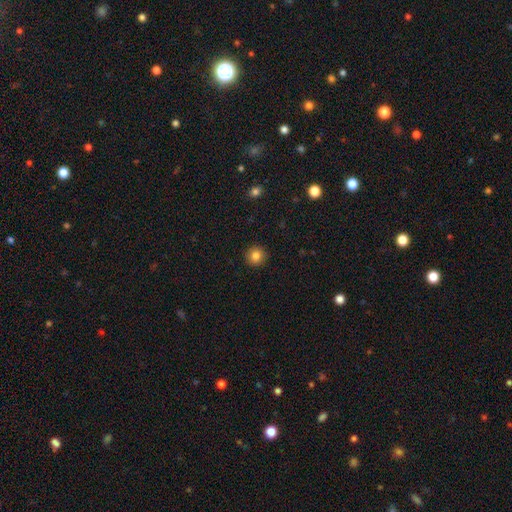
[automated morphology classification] A smooth galaxy with no disk features (83%) that is round (94%).

Vote fractions:
- Smooth or featured? smooth: 83% / star or artifact: 11% / featured or disk: 6%
- How rounded? round: 94% / in between: 5% / cigar-shaped: 1%
- Merging? none: 93% / minor disturbance: 5% / major disturbance: 2% / merger: 1%